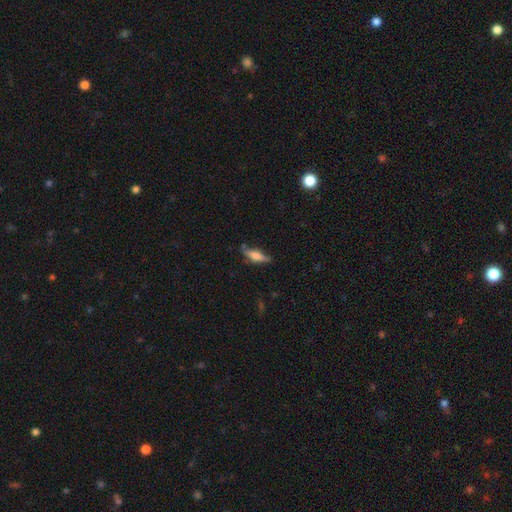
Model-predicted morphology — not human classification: type=smooth (54%); roundness=cigar-shaped (49%); merging=none (61%).